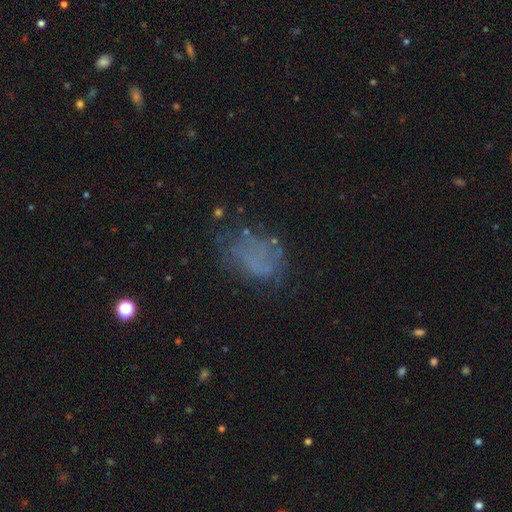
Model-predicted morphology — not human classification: This appears to be a smooth galaxy with no disk features (43%). Merging: none (56%).